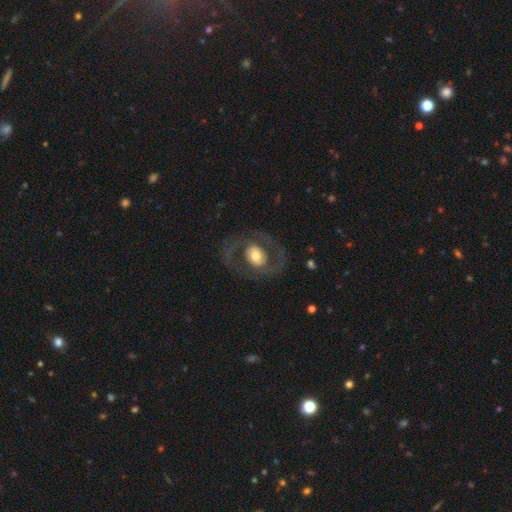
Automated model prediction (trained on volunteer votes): Overall: featured or disk (73%). Edge-on disk: no (96%). Bar: no (54%; weak 32%). Spiral arms: yes (67%; no 33%). Bulge size: moderate (55%; large 29%). Merging: none (76%).